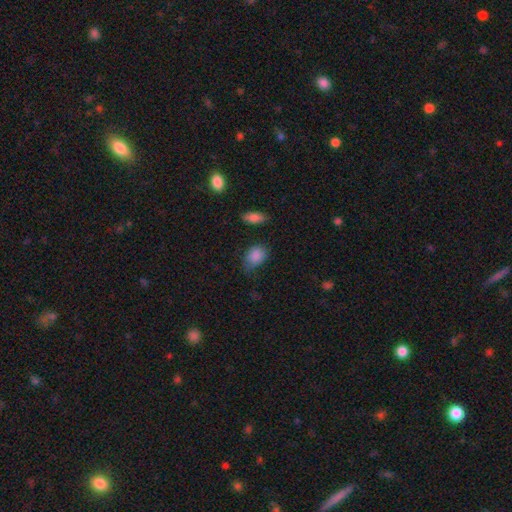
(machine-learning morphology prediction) A smooth galaxy with no disk features (87%) that is in between round and cigar-shaped (74%).

Vote fractions:
- Smooth or featured? smooth: 87% / star or artifact: 8% / featured or disk: 5%
- How rounded? in between: 74% / round: 25% / cigar-shaped: 1%
- Merging? none: 60% / minor disturbance: 30% / major disturbance: 7% / merger: 3%